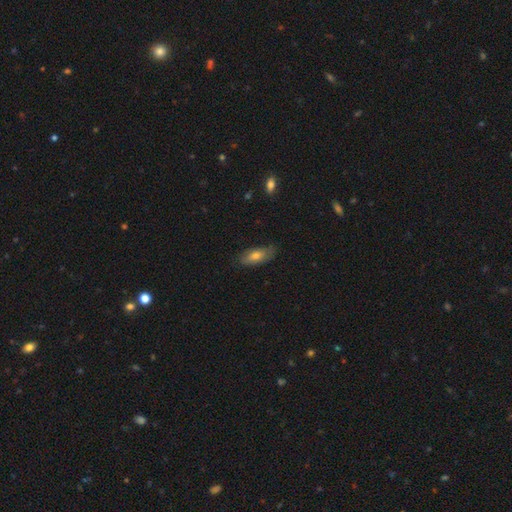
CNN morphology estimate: smooth 65%, featured or disk 28%, star or artifact 8%. Down the decision tree: how rounded — in between (76%); merging — none (75%).